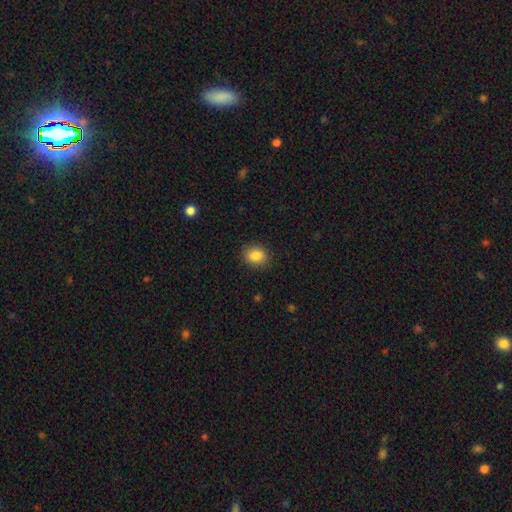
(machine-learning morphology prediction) Smooth or featured? smooth (88%)
How rounded? in between (52%)
Merging? none (87%)